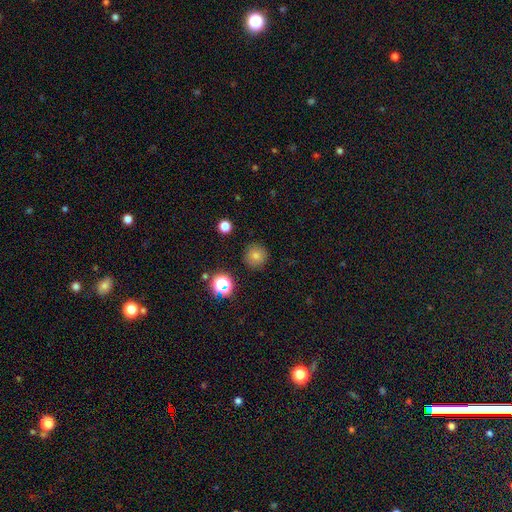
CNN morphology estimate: Smooth or featured: smooth — 77% (star or artifact — 15%)
How rounded: round — 94% (in between — 5%)
Merging: none — 89% (minor disturbance — 7%)